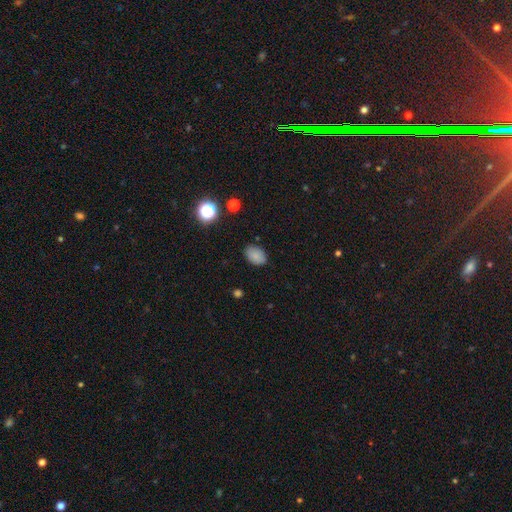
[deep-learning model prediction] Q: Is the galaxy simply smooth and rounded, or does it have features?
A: smooth — 83%.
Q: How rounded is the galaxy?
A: in between — 84%.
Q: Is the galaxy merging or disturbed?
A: none — 84%.